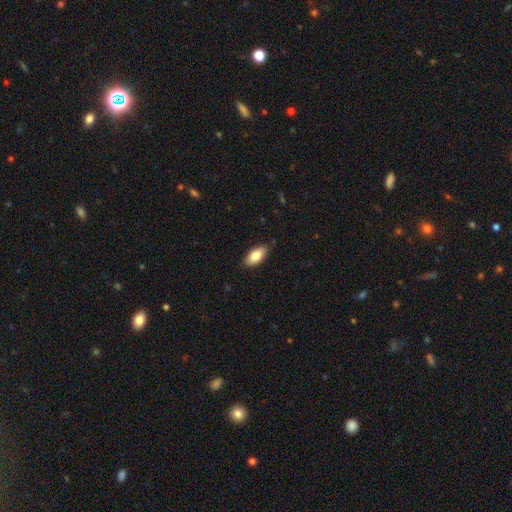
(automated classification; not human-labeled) A smooth galaxy with no disk features (83%) that is in between round and cigar-shaped (91%).

Vote fractions:
- Smooth or featured? smooth: 83% / featured or disk: 11% / star or artifact: 6%
- How rounded? in between: 91% / cigar-shaped: 6% / round: 3%
- Merging? none: 84% / minor disturbance: 13% / major disturbance: 2% / merger: 1%